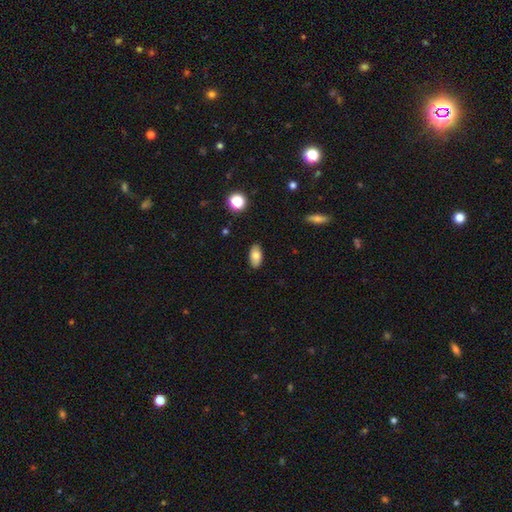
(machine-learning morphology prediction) This appears to be a smooth galaxy with no disk features (80%) that is in between round and cigar-shaped (92%). Merging: none (88%).